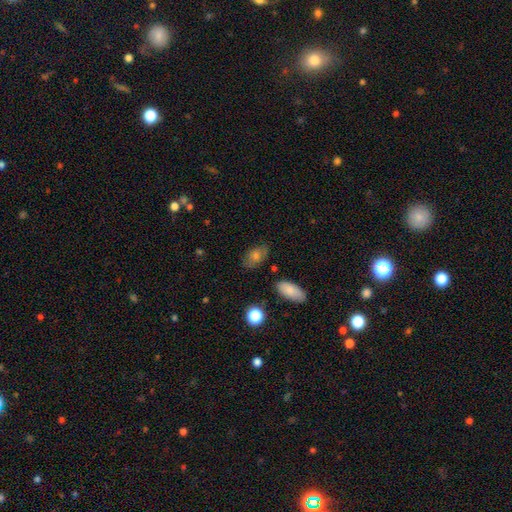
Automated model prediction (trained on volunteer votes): Q: Smooth or featured?
A: smooth (68%); runner-up: featured or disk (20%)
Q: How rounded?
A: in between (85%); runner-up: round (12%)
Q: Merging?
A: none (76%); runner-up: minor disturbance (17%)